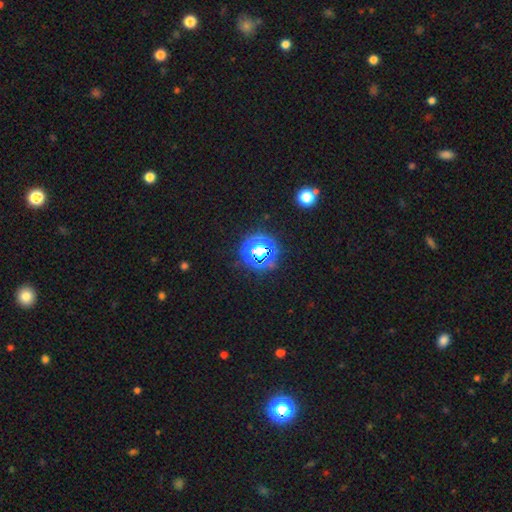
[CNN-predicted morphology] This is likely a star or artifact rather than a galaxy (75%).